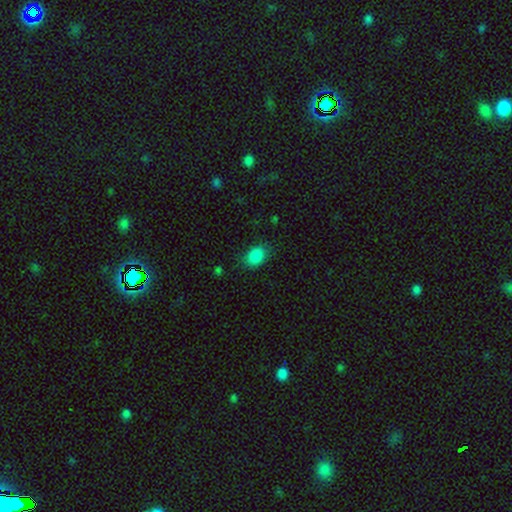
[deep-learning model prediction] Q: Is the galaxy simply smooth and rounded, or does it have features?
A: smooth — 87%.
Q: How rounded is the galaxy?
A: in between — 69%.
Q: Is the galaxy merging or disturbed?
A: none — 79%.